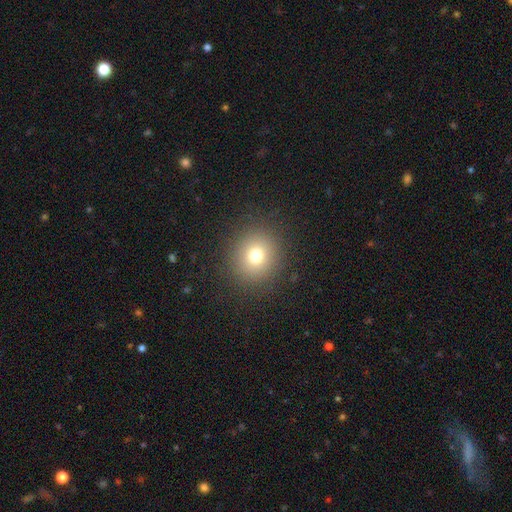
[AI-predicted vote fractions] Smooth or featured? smooth (75%)
How rounded? round (87%)
Merging? none (89%)